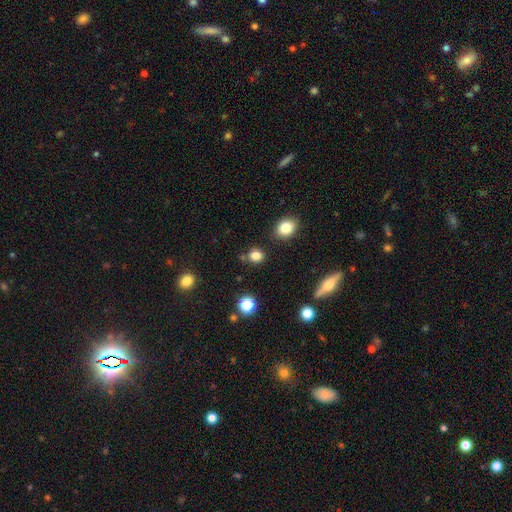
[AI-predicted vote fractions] smooth-or-featured: smooth: 83% | star or artifact: 13% | featured or disk: 4%
  how-rounded: round: 79% | in between: 20% | cigar-shaped: 1%
  merging: none: 79% | minor disturbance: 10% | merger: 7% | major disturbance: 3%